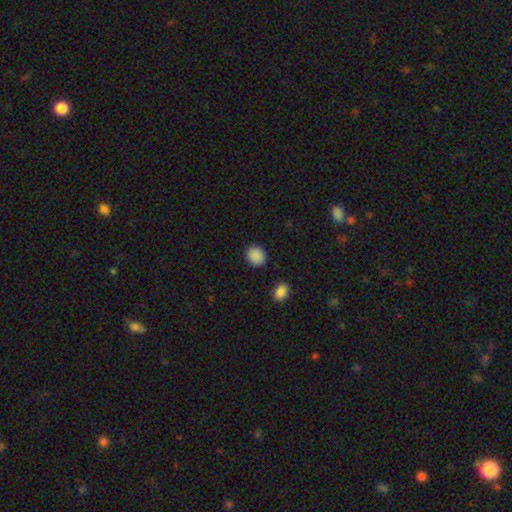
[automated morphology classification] This is clearly a smooth galaxy (89%). How rounded: likely round (69%). Merging: clearly none (89%).